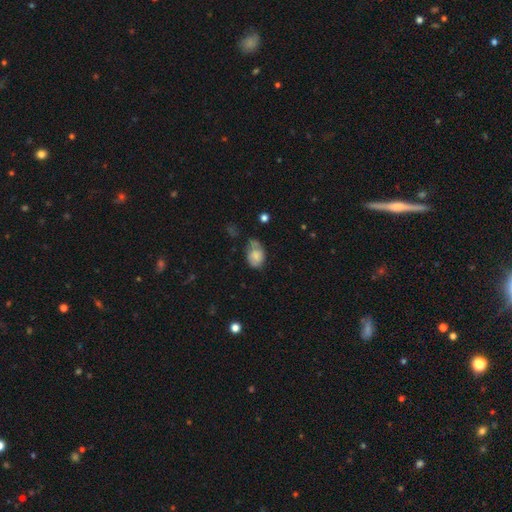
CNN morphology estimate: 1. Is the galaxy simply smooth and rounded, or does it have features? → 75% smooth, 16% featured or disk, 9% star or artifact.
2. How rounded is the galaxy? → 70% in between, 29% round, 1% cigar-shaped.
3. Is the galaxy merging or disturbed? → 40% none, 34% minor disturbance, 13% major disturbance, 13% merger.